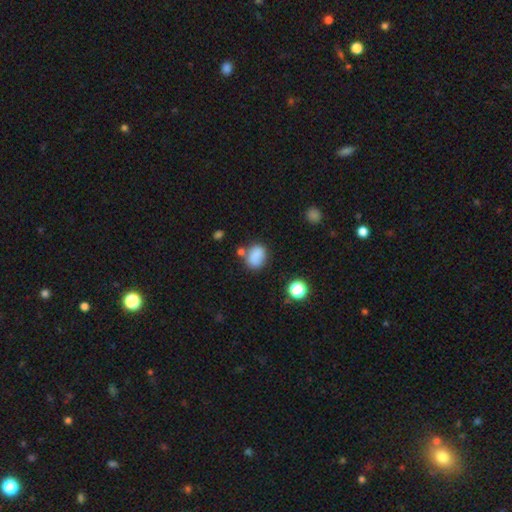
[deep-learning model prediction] A smooth galaxy with no disk features (80%) that is in between round and cigar-shaped (61%). Merging: none (63%).